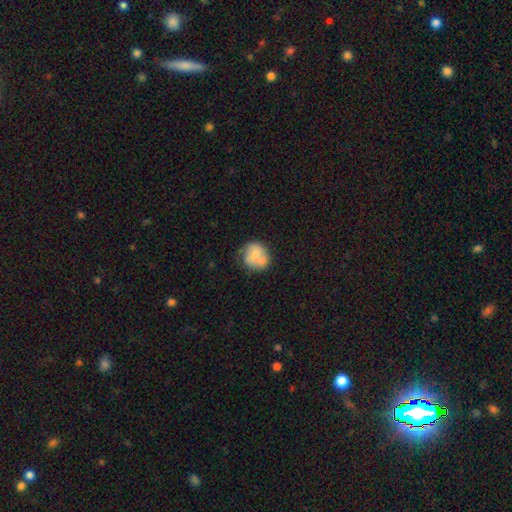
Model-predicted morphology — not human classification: smooth-or-featured: smooth: 54% | featured or disk: 39% | star or artifact: 7%
  how-rounded: round: 77% | in between: 22% | cigar-shaped: 1%
  merging: none: 56% | minor disturbance: 27% | major disturbance: 10% | merger: 7%